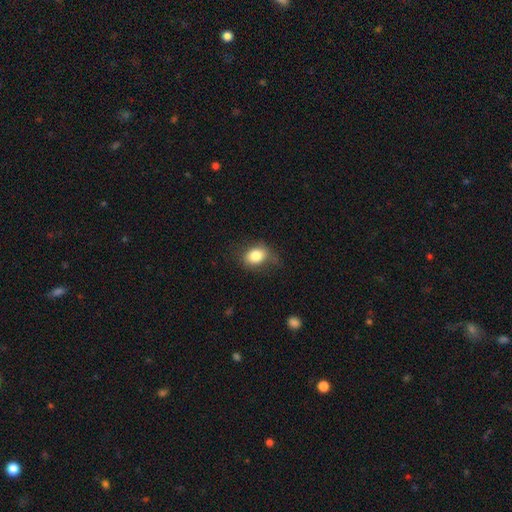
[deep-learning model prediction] A smooth galaxy with no disk features (80%) that is in between round and cigar-shaped (61%). Merging: none (57%).